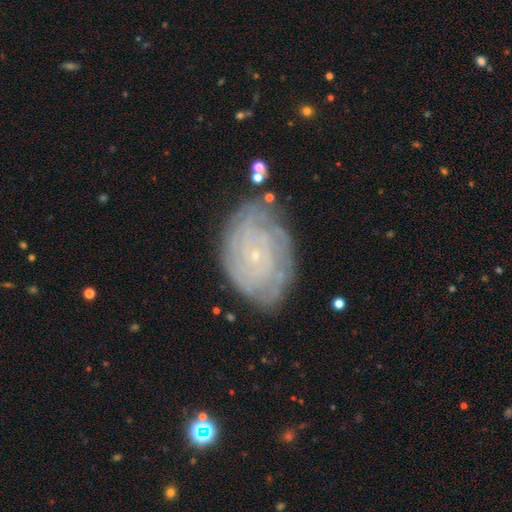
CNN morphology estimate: featured or disk 79%, smooth 13%, star or artifact 8%. Down the decision tree: edge-on disk — no (97%); bar — no (83%); spiral arms — yes (92%); spiral arm count — can't tell (41%); spiral winding — tight (82%); bulge size — small (90%); merging — none (75%).